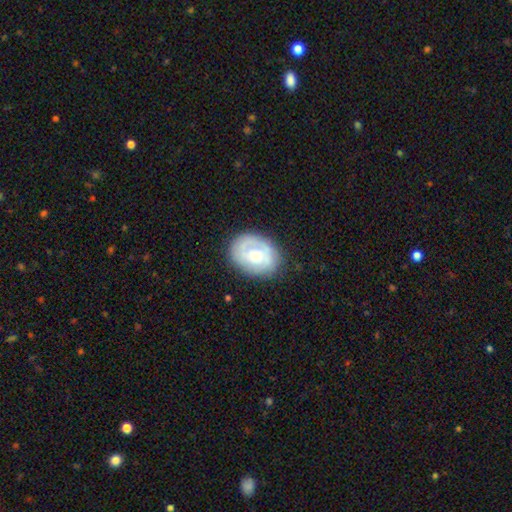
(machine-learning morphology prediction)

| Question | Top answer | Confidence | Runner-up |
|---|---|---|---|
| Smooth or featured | featured or disk | 51% | smooth (43%) |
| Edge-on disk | no | 96% | yes (4%) |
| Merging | none | 74% | minor disturbance (19%) |